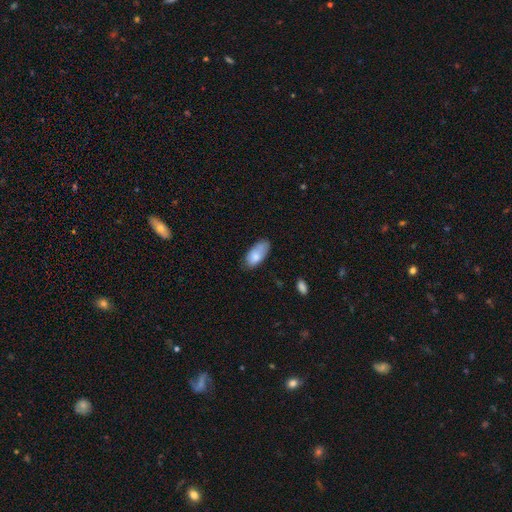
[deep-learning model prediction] Morphology: type=smooth (81%); roundness=in between (92%); merging=none (56%).